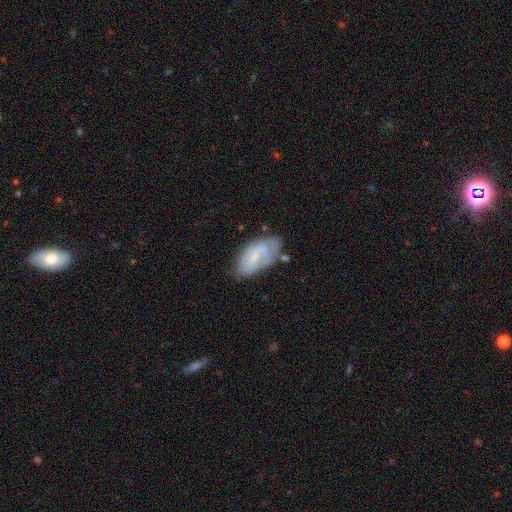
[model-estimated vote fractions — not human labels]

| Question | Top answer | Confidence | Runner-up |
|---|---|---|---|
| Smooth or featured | featured or disk | 53% | smooth (39%) |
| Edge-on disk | no | 94% | yes (6%) |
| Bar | weak | 48% | no (38%) |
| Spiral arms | yes | 68% | no (32%) |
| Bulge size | small | 58% | moderate (21%) |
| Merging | none | 54% | minor disturbance (29%) |